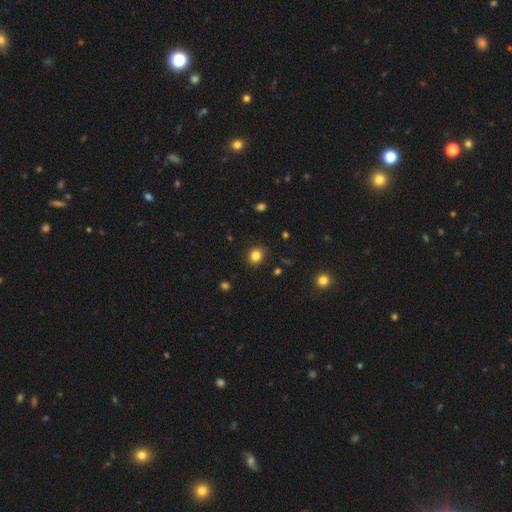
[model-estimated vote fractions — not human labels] Overall: smooth (83%). How rounded: round (76%). Merging: none (87%).